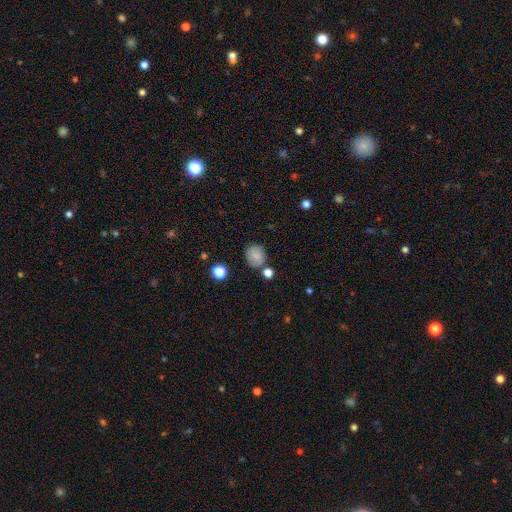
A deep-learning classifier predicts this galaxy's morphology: type=smooth (81%); roundness=round (66%); merging=none (73%).